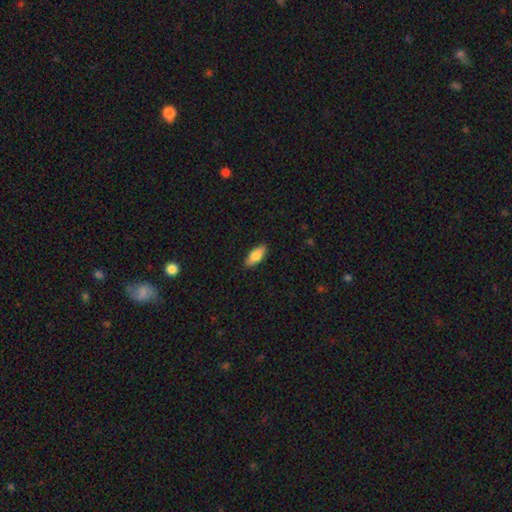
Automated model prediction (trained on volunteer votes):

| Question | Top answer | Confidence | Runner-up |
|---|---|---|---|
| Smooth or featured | smooth | 82% | featured or disk (12%) |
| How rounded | in between | 79% | cigar-shaped (19%) |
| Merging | none | 89% | minor disturbance (9%) |